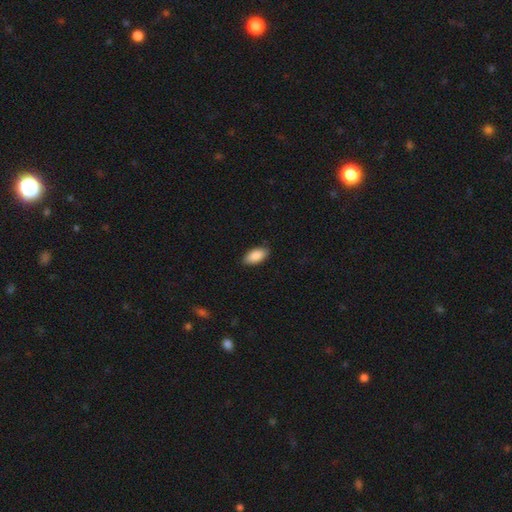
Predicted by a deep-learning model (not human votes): Morphology: type=smooth (89%); roundness=in between (93%); merging=none (87%).